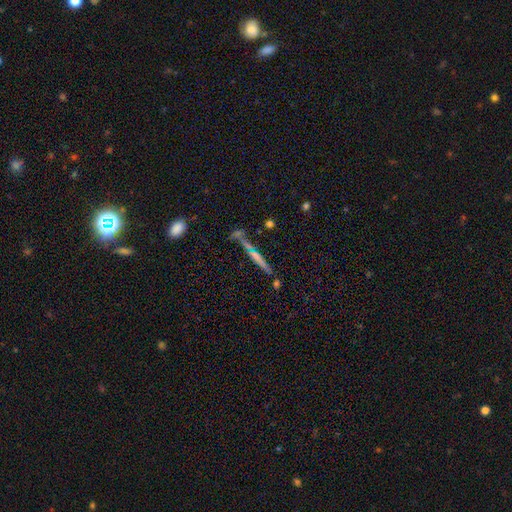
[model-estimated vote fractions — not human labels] The model was most divided on "smooth or featured": featured or disk: 49%, smooth: 39%, star or artifact: 12%. More confident: merging — none (62%).